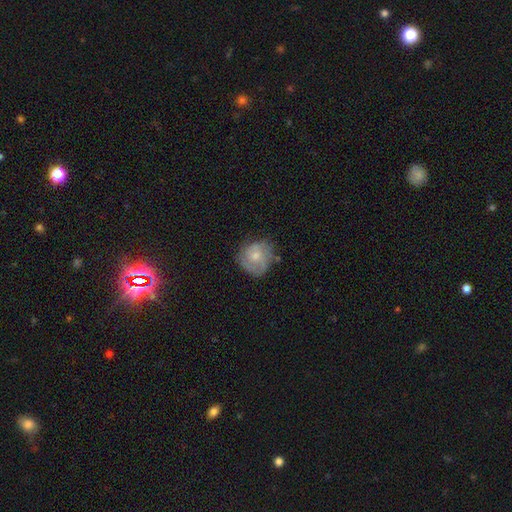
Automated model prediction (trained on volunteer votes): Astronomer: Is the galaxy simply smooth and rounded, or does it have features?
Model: smooth — 47% (runner-up: featured or disk, 45%).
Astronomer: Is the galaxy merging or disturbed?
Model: none — 61%.